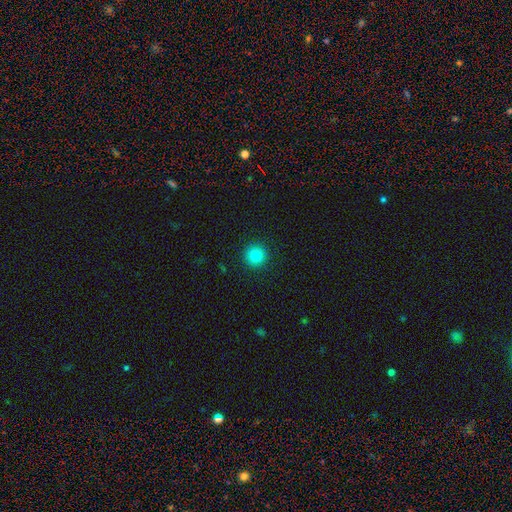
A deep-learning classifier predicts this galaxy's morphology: Q: Smooth or featured?
A: smooth (84%); runner-up: star or artifact (11%)
Q: How rounded?
A: round (95%); runner-up: in between (4%)
Q: Merging?
A: none (92%); runner-up: minor disturbance (5%)